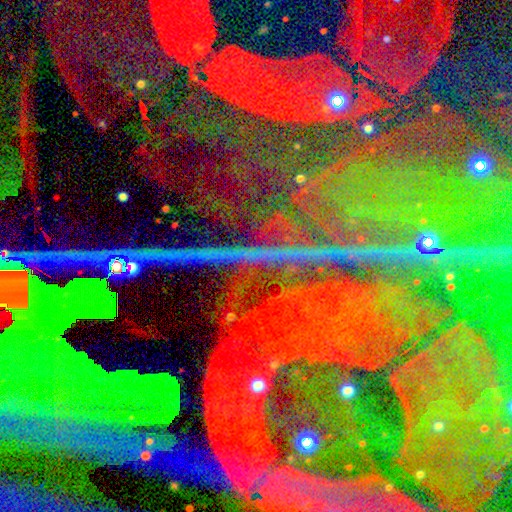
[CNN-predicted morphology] smooth_or_featured: star or artifact (p=0.88) [alt: featured or disk p=0.07]